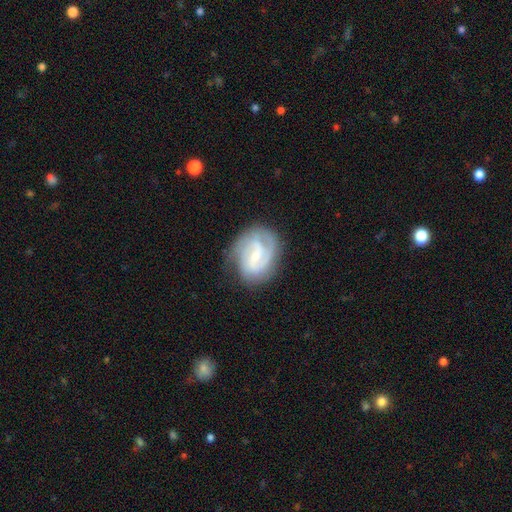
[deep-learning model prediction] A featured or disk galaxy (77%) with a weak bar (54%), 2 (50%) tight (47%) spiral arms (92%) and a small central bulge (60%).

Vote fractions:
- Smooth or featured? featured or disk: 77% / smooth: 17% / star or artifact: 6%
- Edge-on disk? no: 97% / yes: 3%
- Bar? weak: 54% / strong: 24% / no: 22%
- Spiral arms? yes: 92% / no: 8%
- Spiral winding? tight: 47% / medium: 39% / loose: 14%
- Spiral arm count? 2: 50% / can't tell: 23% / 3: 15% / 1: 6% / 4: 3% / more than 4: 3%
- Bulge size? small: 60% / moderate: 27% / none: 10% / large: 2% / dominant: 1%
- Merging? none: 70% / minor disturbance: 19% / major disturbance: 8% / merger: 2%